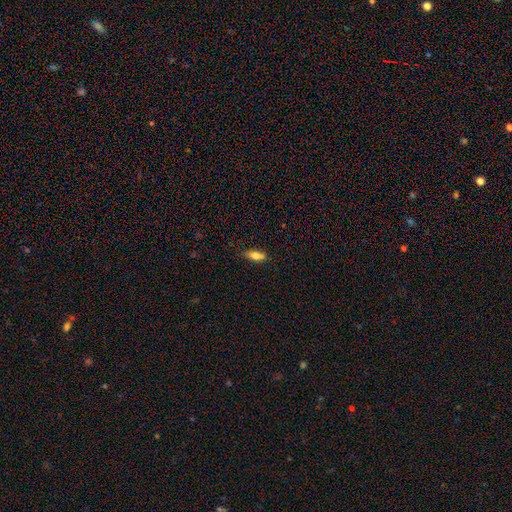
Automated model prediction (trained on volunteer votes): A smooth galaxy with no disk features (72%) that is in between round and cigar-shaped (71%).

Vote fractions:
- Smooth or featured? smooth: 72% / featured or disk: 20% / star or artifact: 8%
- How rounded? in between: 71% / cigar-shaped: 25% / round: 3%
- Merging? none: 73% / minor disturbance: 19% / major disturbance: 4% / merger: 4%